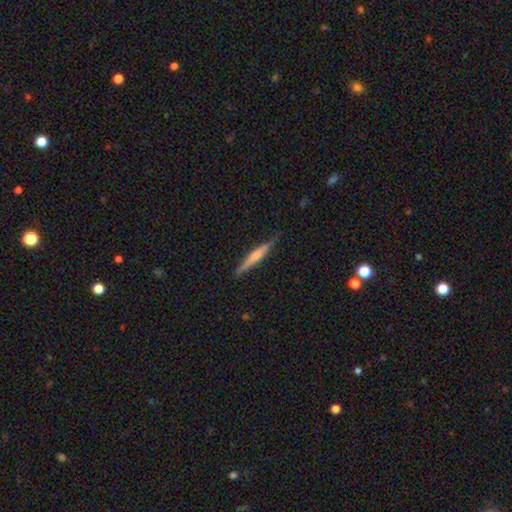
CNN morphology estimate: featured or disk 50%, smooth 44%, star or artifact 6%. Down the decision tree: merging — none (84%).